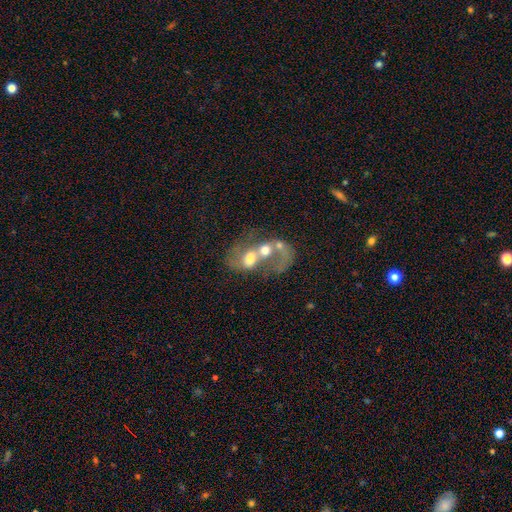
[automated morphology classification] A featured or disk galaxy (66%) with no bar (66%), spiral arms (60%) and a moderate central bulge (57%).

Vote fractions:
- Smooth or featured? featured or disk: 66% / smooth: 24% / star or artifact: 10%
- Edge-on disk? no: 97% / yes: 3%
- Bar? no: 66% / weak: 25% / strong: 8%
- Spiral arms? yes: 60% / no: 40%
- Bulge size? moderate: 57% / small: 17% / large: 15% / none: 8% / dominant: 3%
- Merging? merger: 74% / none: 10% / major disturbance: 10% / minor disturbance: 5%